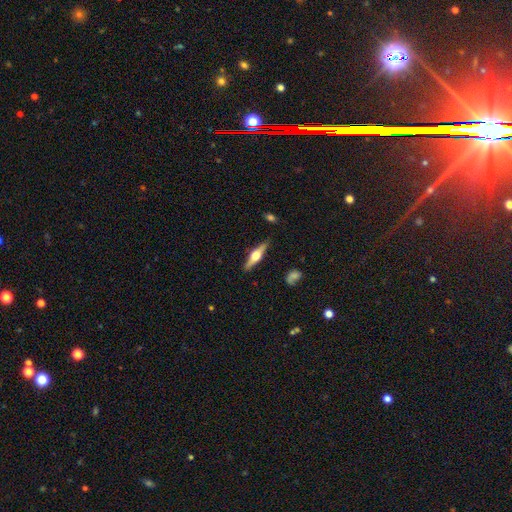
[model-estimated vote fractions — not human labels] A featured or disk galaxy (67%) viewed edge-on (96%) with a rounded central bulge (94%). Merging: none (87%).